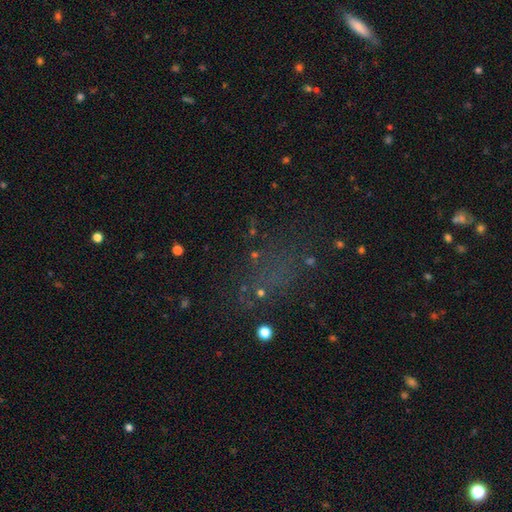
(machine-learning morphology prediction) Smooth or featured: star or artifact — 49% (smooth — 31%)